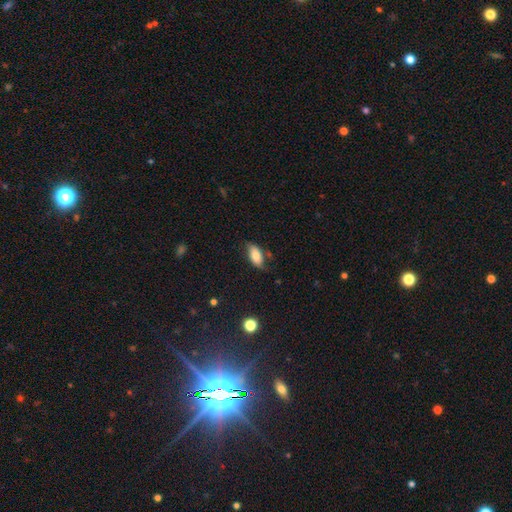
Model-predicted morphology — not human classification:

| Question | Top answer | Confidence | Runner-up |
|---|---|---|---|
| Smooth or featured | smooth | 76% | featured or disk (16%) |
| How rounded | in between | 89% | cigar-shaped (8%) |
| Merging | none | 67% | minor disturbance (24%) |